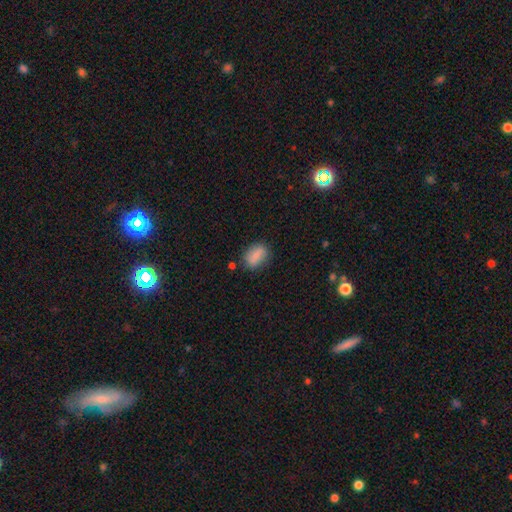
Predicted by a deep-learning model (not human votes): Smooth or featured: smooth — 83% (featured or disk — 9%)
How rounded: in between — 79% (round — 17%)
Merging: none — 76% (minor disturbance — 16%)